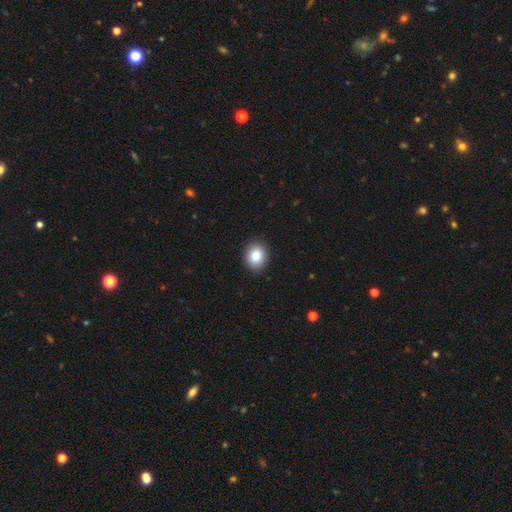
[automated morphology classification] smooth-or-featured: smooth: 84% | star or artifact: 9% | featured or disk: 7%
  how-rounded: round: 60% | in between: 39% | cigar-shaped: 1%
  merging: none: 91% | minor disturbance: 6% | major disturbance: 2% | merger: 1%